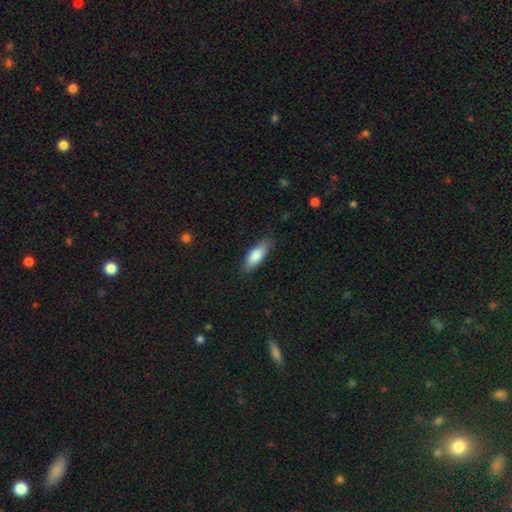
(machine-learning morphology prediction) Smooth or featured?
  - smooth: 82% *
  - featured or disk: 13%
  - star or artifact: 6%
How rounded?
  - in between: 66% *
  - cigar-shaped: 33%
  - round: 2%
Merging?
  - none: 80% *
  - minor disturbance: 16%
  - major disturbance: 3%
  - merger: 1%